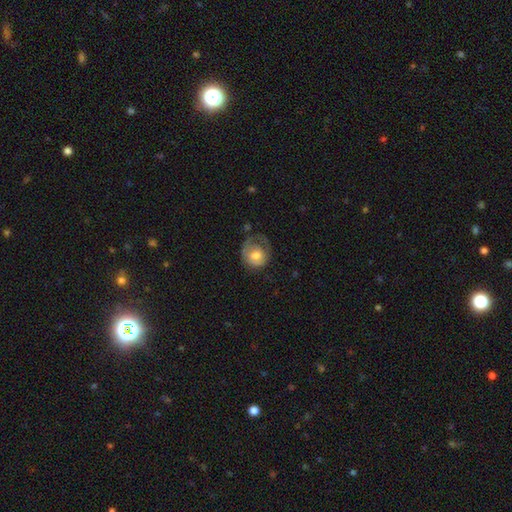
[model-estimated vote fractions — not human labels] A smooth galaxy with no disk features (49%). Merging: none (40%).